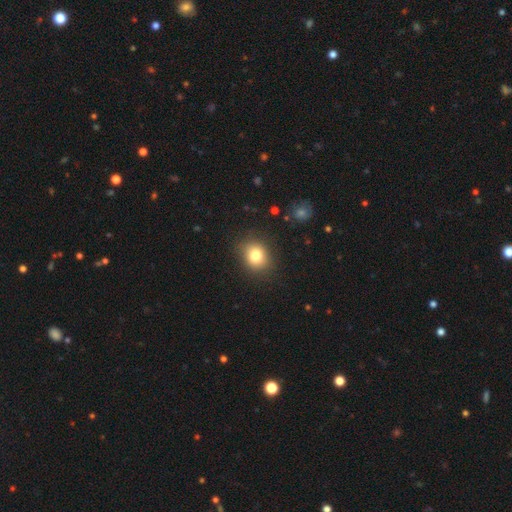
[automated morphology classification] Smooth or featured? smooth (80%)
How rounded? round (64%)
Merging? none (86%)